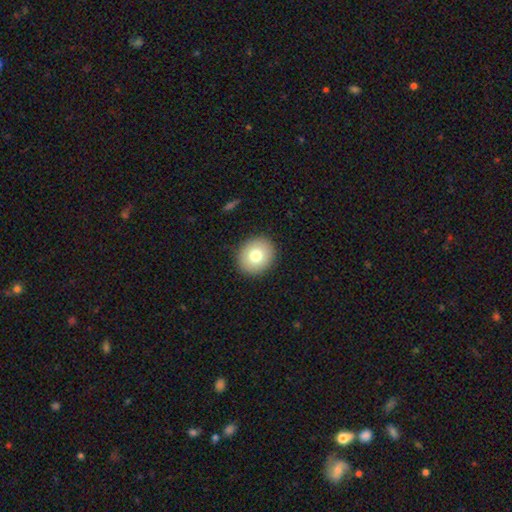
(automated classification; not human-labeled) Q: Smooth or featured?
A: smooth (76%); runner-up: featured or disk (14%)
Q: How rounded?
A: round (76%); runner-up: in between (23%)
Q: Merging?
A: none (91%); runner-up: minor disturbance (6%)